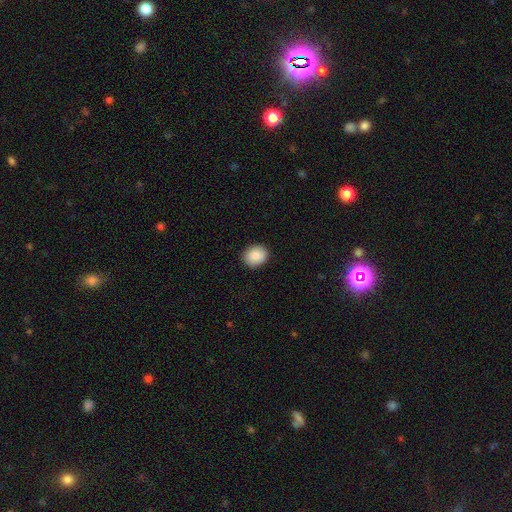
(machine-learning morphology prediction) This is clearly a smooth galaxy (89%). How rounded: likely round (69%). Merging: clearly none (90%).